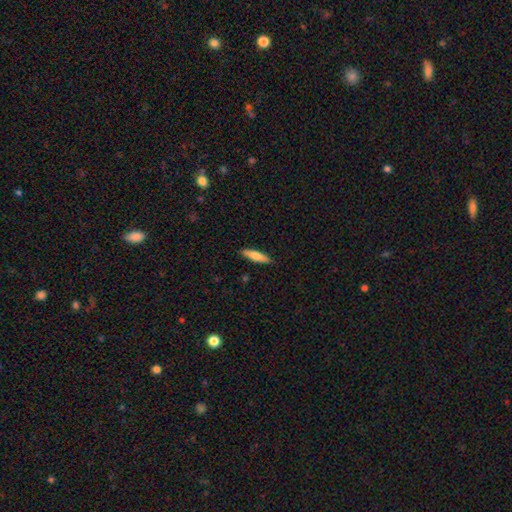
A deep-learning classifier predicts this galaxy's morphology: Smooth or featured? Predicted: smooth (p=0.71). How rounded? Predicted: cigar-shaped (p=0.71). Merging? Predicted: none (p=0.89).